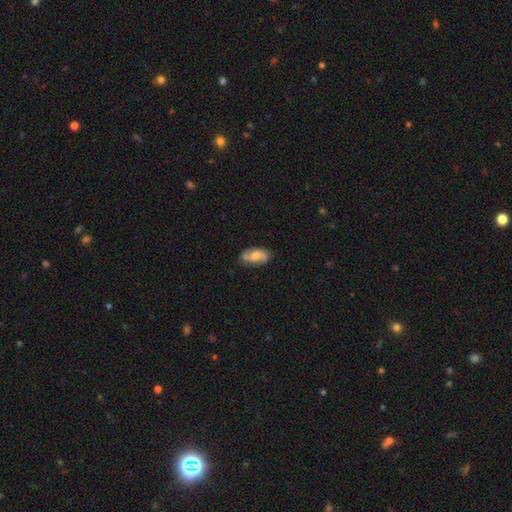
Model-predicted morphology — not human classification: smooth-or-featured: smooth: 48% | featured or disk: 45% | star or artifact: 7%
  merging: none: 68% | minor disturbance: 23% | major disturbance: 6% | merger: 3%